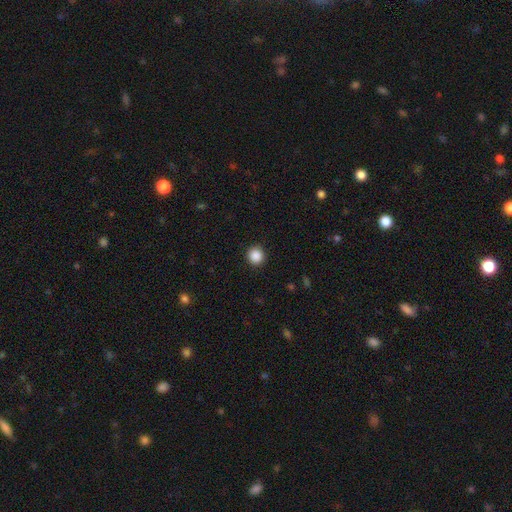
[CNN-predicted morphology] Q: Smooth or featured?
A: smooth (88%); runner-up: star or artifact (9%)
Q: How rounded?
A: round (93%); runner-up: in between (6%)
Q: Merging?
A: none (91%); runner-up: minor disturbance (6%)